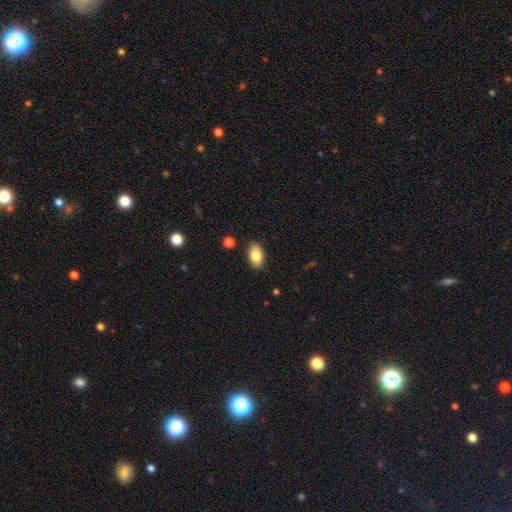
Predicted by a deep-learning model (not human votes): The model was most divided on "smooth or featured": smooth: 82%, featured or disk: 10%, star or artifact: 7%. More confident: how rounded — in between (91%); merging — none (87%).